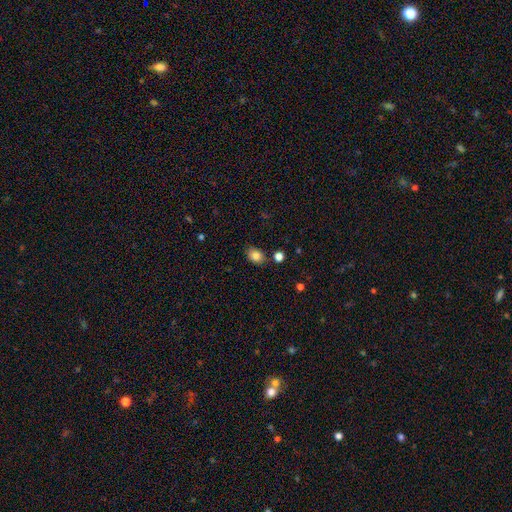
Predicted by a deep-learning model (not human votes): Morphology: type=smooth (84%); roundness=in between (72%); merging=none (80%).